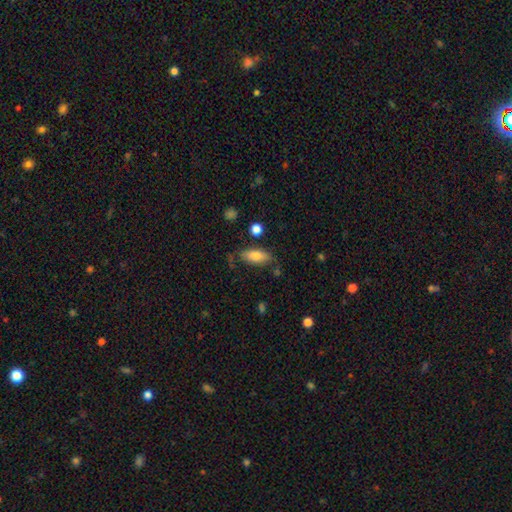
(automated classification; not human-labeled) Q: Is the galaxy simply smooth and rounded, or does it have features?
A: smooth — 80%.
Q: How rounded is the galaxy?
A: in between — 80%.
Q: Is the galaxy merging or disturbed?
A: none — 72%.